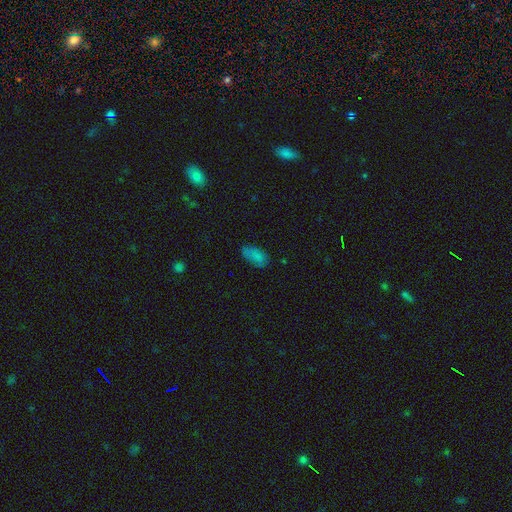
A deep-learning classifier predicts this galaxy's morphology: smooth_or_featured: smooth (p=0.80) [alt: star or artifact p=0.12]
how_rounded: in between (p=0.92) [alt: cigar-shaped p=0.05]
merging: none (p=0.68) [alt: minor disturbance p=0.24]